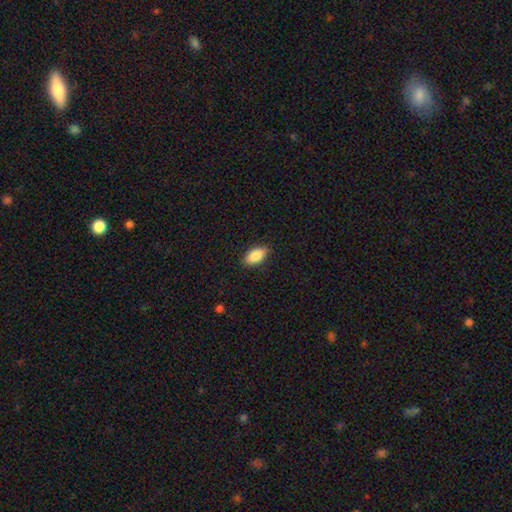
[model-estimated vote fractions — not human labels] smooth 86%, featured or disk 7%, star or artifact 7%. Down the decision tree: how rounded — in between (92%); merging — none (88%).